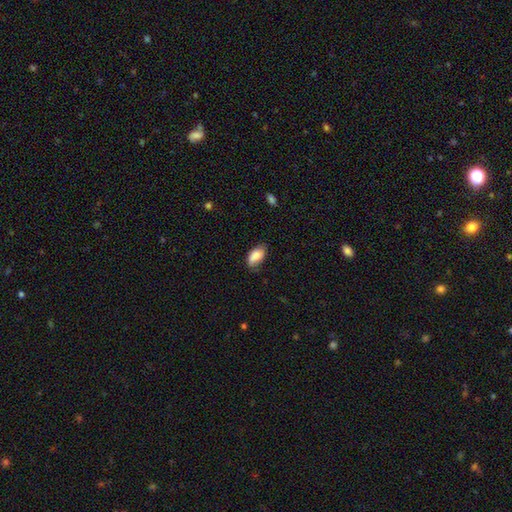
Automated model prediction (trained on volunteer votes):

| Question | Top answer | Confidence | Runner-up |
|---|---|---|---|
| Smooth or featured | smooth | 84% | featured or disk (9%) |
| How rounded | in between | 93% | round (4%) |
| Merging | none | 64% | minor disturbance (28%) |